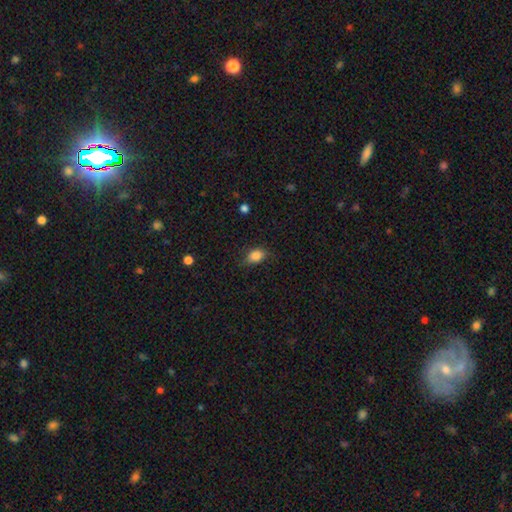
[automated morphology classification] Smooth or featured?
  - smooth: 85% *
  - star or artifact: 9%
  - featured or disk: 6%
How rounded?
  - in between: 78% *
  - round: 20%
  - cigar-shaped: 2%
Merging?
  - none: 73% *
  - minor disturbance: 21%
  - major disturbance: 5%
  - merger: 1%